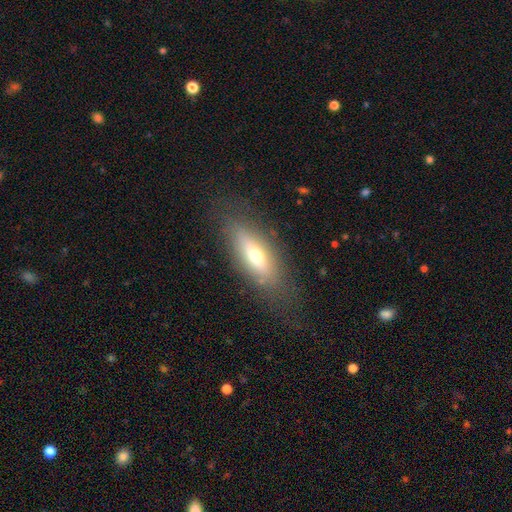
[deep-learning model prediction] Morphology: type=smooth (56%); roundness=in between (62%); merging=none (74%).